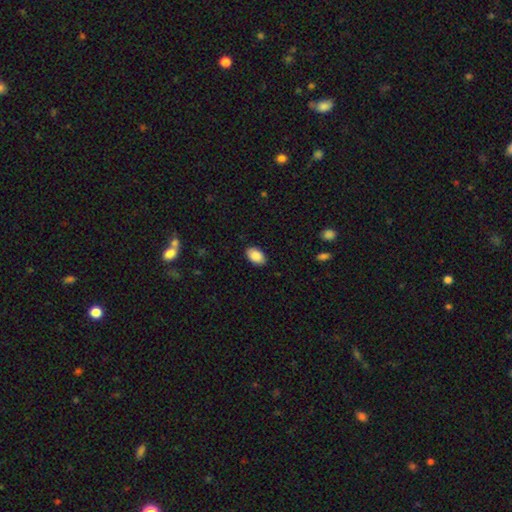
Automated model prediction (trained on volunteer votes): A smooth galaxy with no disk features (89%) that is in between round and cigar-shaped (92%). Merging: none (87%).